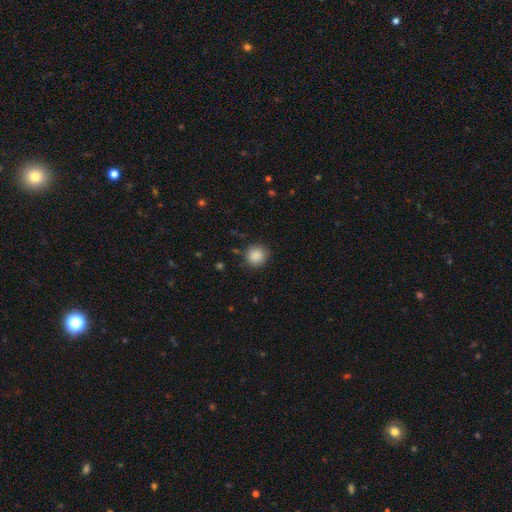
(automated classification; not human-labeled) A smooth galaxy with no disk features (88%) that is round (91%). Merging: none (85%).